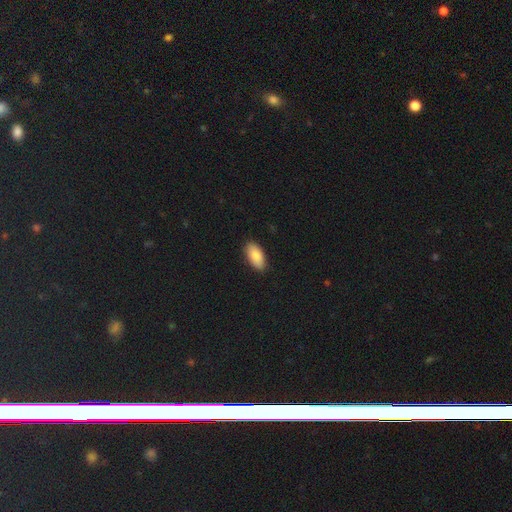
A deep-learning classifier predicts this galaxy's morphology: Smooth or featured? smooth (87%)
How rounded? in between (94%)
Merging? none (87%)